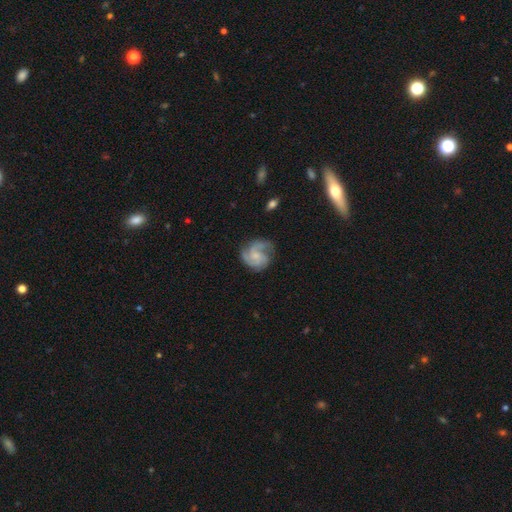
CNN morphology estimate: smooth_or_featured: featured or disk (p=0.81) [alt: smooth p=0.14]
disk_edge_on: no (p=0.98) [alt: yes p=0.02]
bar: no (p=0.69) [alt: weak p=0.27]
has_spiral_arms: yes (p=0.96) [alt: no p=0.04]
spiral_winding: medium (p=0.47) [alt: tight p=0.40]
spiral_arm_count: 3 (p=0.56) [alt: 2 p=0.14]
bulge_size: small (p=0.50) [alt: moderate p=0.25]
merging: none (p=0.69) [alt: minor disturbance p=0.19]